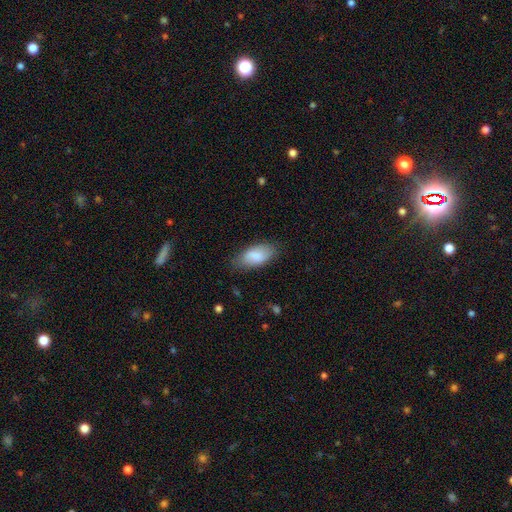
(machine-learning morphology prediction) Smooth or featured?
  - smooth: 84% *
  - featured or disk: 10%
  - star or artifact: 6%
How rounded?
  - in between: 91% *
  - cigar-shaped: 6%
  - round: 3%
Merging?
  - none: 77% *
  - minor disturbance: 18%
  - major disturbance: 4%
  - merger: 1%